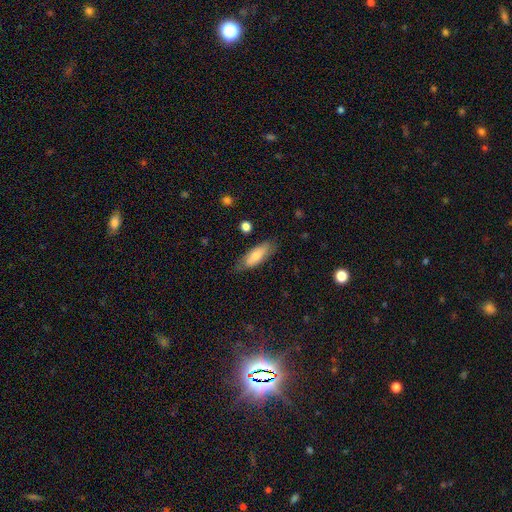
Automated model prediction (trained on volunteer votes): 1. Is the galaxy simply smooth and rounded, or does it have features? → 71% smooth, 23% featured or disk, 6% star or artifact.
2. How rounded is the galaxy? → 66% in between, 32% cigar-shaped, 2% round.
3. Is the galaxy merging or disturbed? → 74% none, 20% minor disturbance, 5% major disturbance, 2% merger.